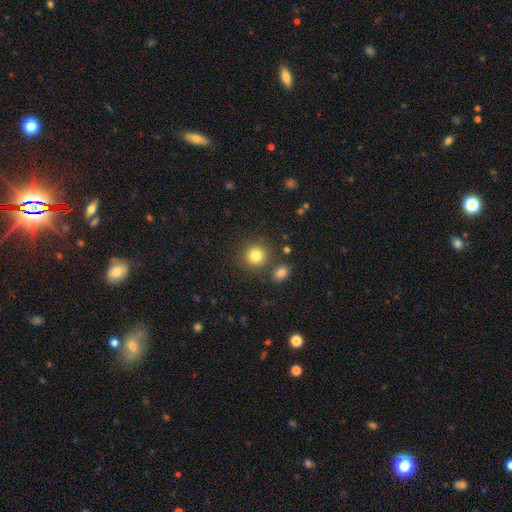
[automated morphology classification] This appears to be a smooth galaxy with no disk features (83%) that is round (91%). Merging: none (81%).